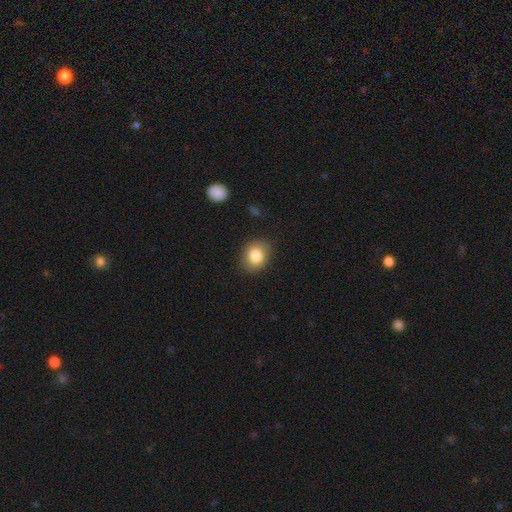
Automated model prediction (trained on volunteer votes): Smooth or featured? Predicted: smooth (p=0.82). How rounded? Predicted: round (p=0.58). Merging? Predicted: none (p=0.86).